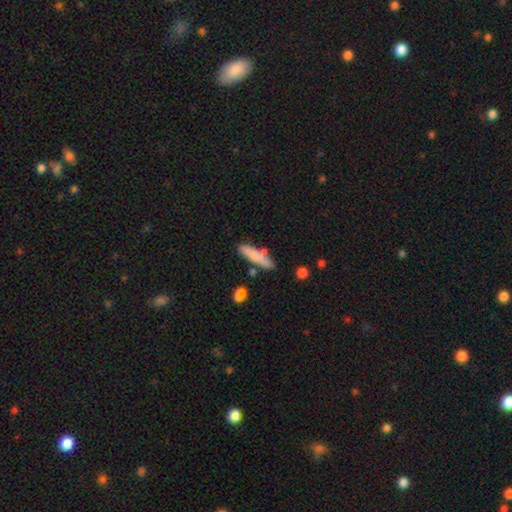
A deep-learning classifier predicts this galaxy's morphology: Smooth or featured: smooth — 74% (featured or disk — 20%)
How rounded: cigar-shaped — 80% (in between — 18%)
Merging: none — 68% (minor disturbance — 18%)